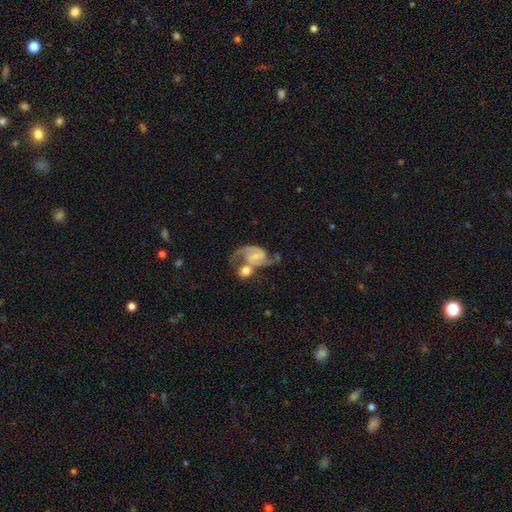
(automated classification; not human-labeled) Overall: featured or disk (85%). Edge-on disk: no (98%). Bar: weak (47%; no 37%). Spiral arms: yes (96%). Spiral arm count: 2 (90%). Spiral winding: medium (51%; loose 34%). Bulge size: small (54%; moderate 26%). Merging: merger (43%; none 32%).